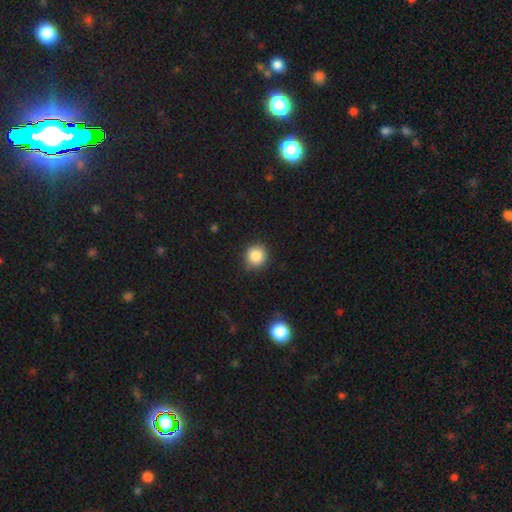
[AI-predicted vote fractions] smooth 86%, star or artifact 10%, featured or disk 4%. Down the decision tree: how rounded — round (93%); merging — none (85%).